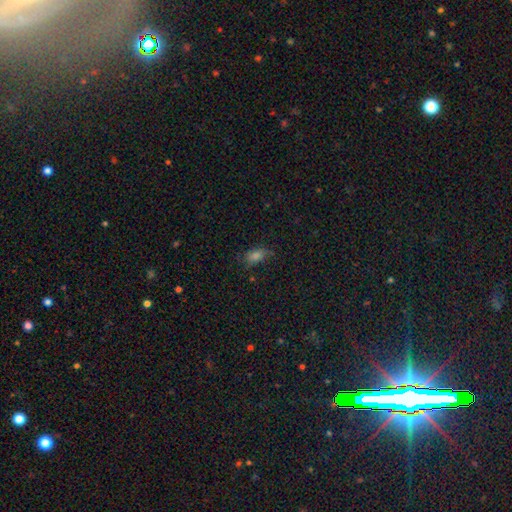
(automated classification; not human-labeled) Overall: smooth (70%). How rounded: in between (82%). Merging: none (71%).